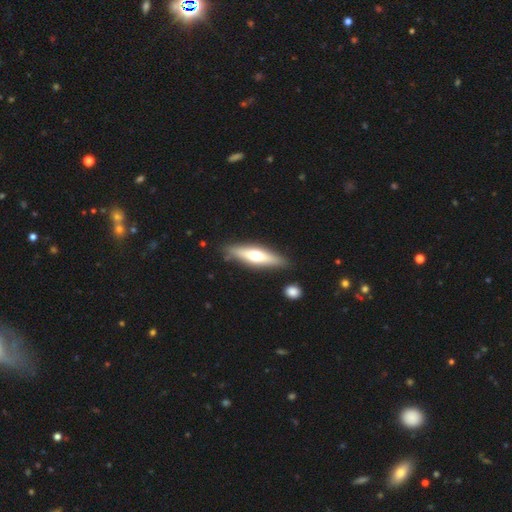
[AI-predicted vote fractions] featured or disk 50%, smooth 44%, star or artifact 5%. Down the decision tree: edge-on disk — yes (90%); merging — none (85%).